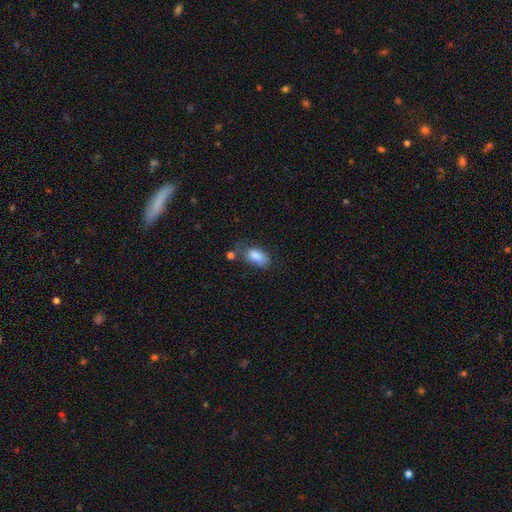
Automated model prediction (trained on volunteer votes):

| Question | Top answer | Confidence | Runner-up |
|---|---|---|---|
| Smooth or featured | smooth | 84% | featured or disk (8%) |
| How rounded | in between | 91% | round (5%) |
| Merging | none | 45% | minor disturbance (29%) |